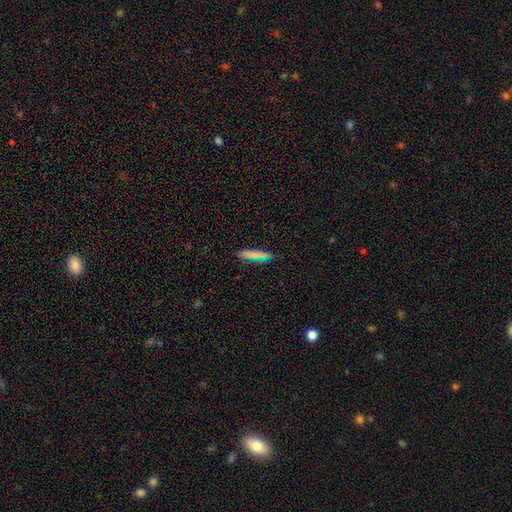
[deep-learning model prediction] The model was most divided on "how rounded": cigar-shaped: 77%, in between: 20%, round: 3%. More confident: merging — none (84%); smooth or featured — smooth (75%).